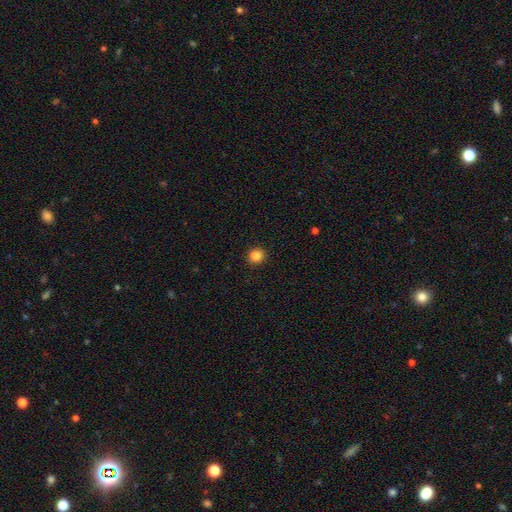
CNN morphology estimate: smooth_or_featured: smooth (p=0.86) [alt: star or artifact p=0.11]
how_rounded: round (p=0.86) [alt: in between p=0.13]
merging: none (p=0.91) [alt: minor disturbance p=0.06]